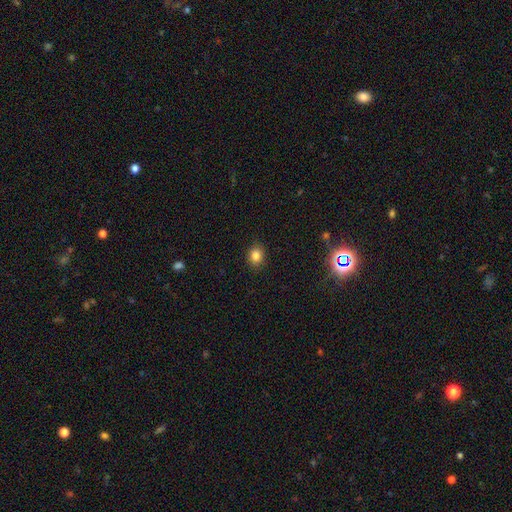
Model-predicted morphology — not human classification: A smooth galaxy with no disk features (83%) that is round (60%).

Vote fractions:
- Smooth or featured? smooth: 83% / star or artifact: 11% / featured or disk: 6%
- How rounded? round: 60% / in between: 39% / cigar-shaped: 1%
- Merging? none: 89% / minor disturbance: 8% / major disturbance: 2% / merger: 1%